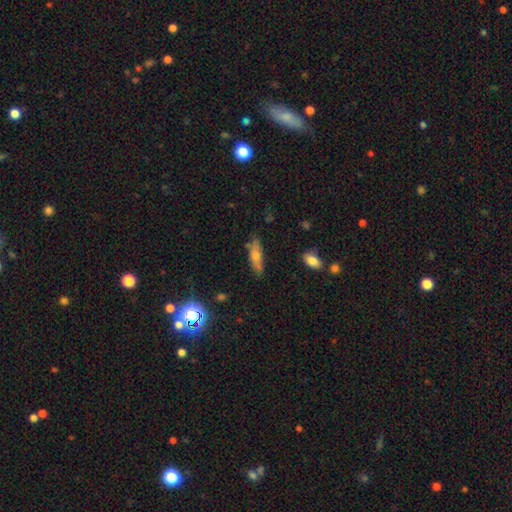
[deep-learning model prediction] Smooth or featured? Predicted: smooth (p=0.54). How rounded? Predicted: cigar-shaped (p=0.56). Merging? Predicted: none (p=0.75).